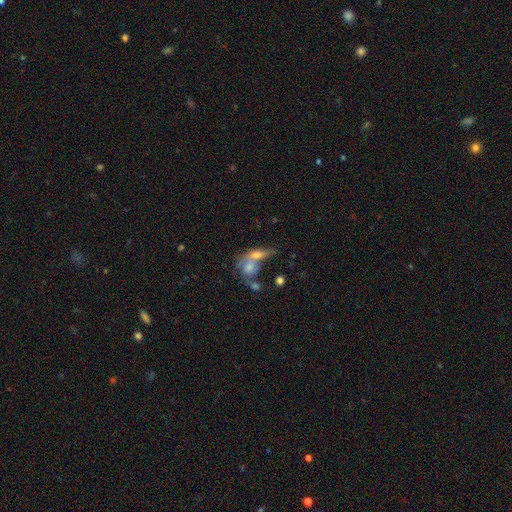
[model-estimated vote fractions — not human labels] Smooth or featured? Predicted: featured or disk (p=0.35). Merging? Predicted: merger (p=0.45).